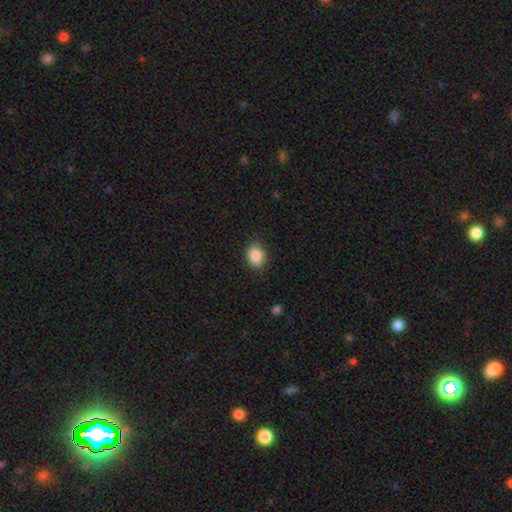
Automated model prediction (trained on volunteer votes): This appears to be a smooth galaxy with no disk features (87%) that is in between round and cigar-shaped (54%). Merging: none (87%).